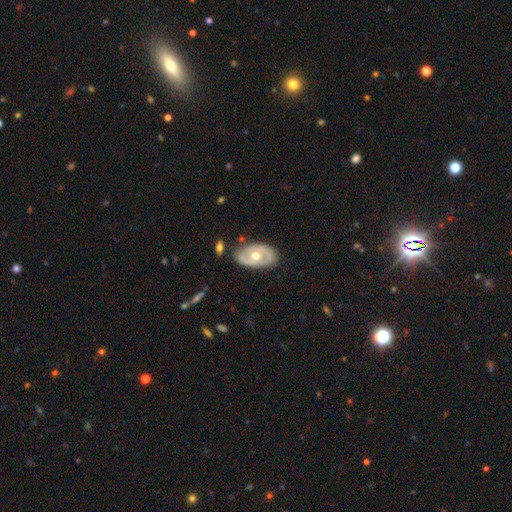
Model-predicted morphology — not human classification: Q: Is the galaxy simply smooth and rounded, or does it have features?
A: featured or disk — 63%.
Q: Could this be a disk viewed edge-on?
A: no — 90%.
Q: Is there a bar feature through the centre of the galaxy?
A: no — 85%.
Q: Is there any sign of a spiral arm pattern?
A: no — 77%.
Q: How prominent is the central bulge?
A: moderate — 80%.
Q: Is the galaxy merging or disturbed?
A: none — 79%.